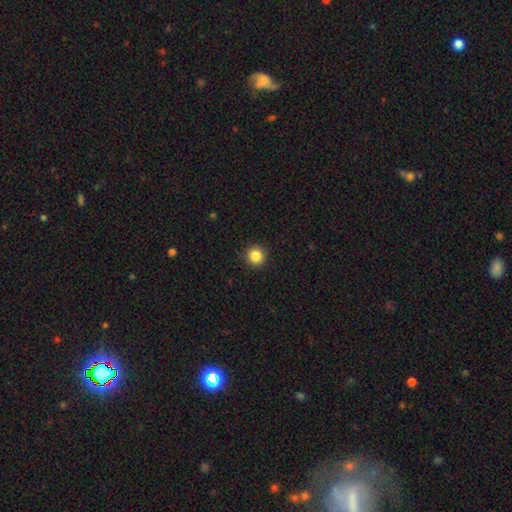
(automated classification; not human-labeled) A smooth galaxy with no disk features (86%) that is round (95%). Merging: none (93%).